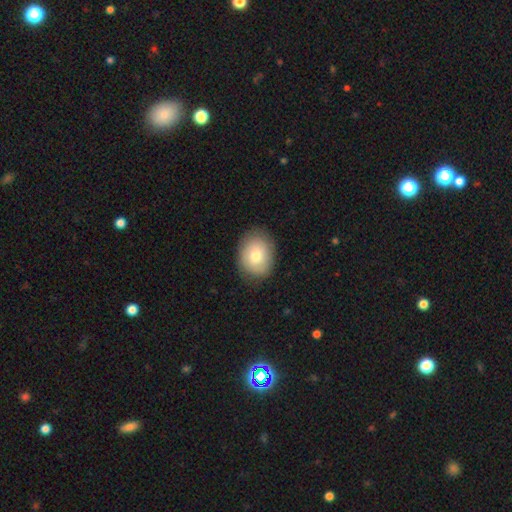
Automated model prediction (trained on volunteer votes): smooth_or_featured: smooth (p=0.76) [alt: featured or disk p=0.16]
how_rounded: in between (p=0.57) [alt: round p=0.43]
merging: none (p=0.82) [alt: minor disturbance p=0.13]